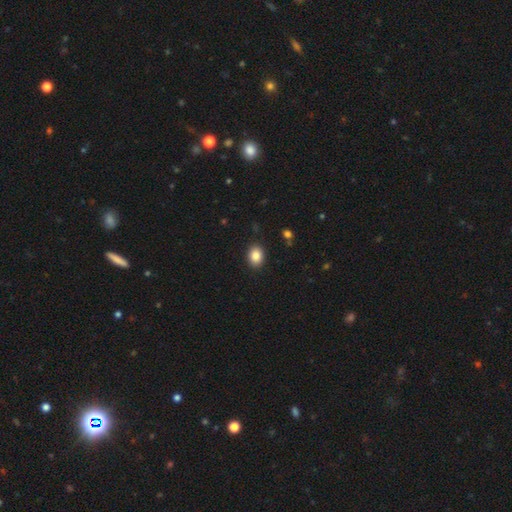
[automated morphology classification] smooth-or-featured: smooth: 86% | star or artifact: 9% | featured or disk: 5%
  how-rounded: in between: 65% | round: 34% | cigar-shaped: 1%
  merging: none: 90% | minor disturbance: 7% | major disturbance: 2% | merger: 1%